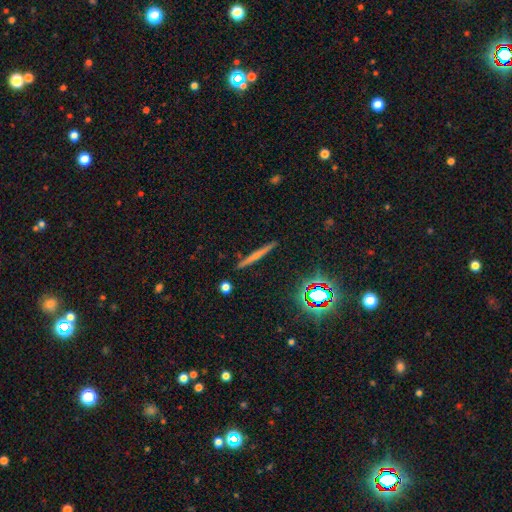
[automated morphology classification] smooth-or-featured: featured or disk: 46% | smooth: 41% | star or artifact: 13%
  merging: none: 90% | minor disturbance: 7% | merger: 2% | major disturbance: 1%